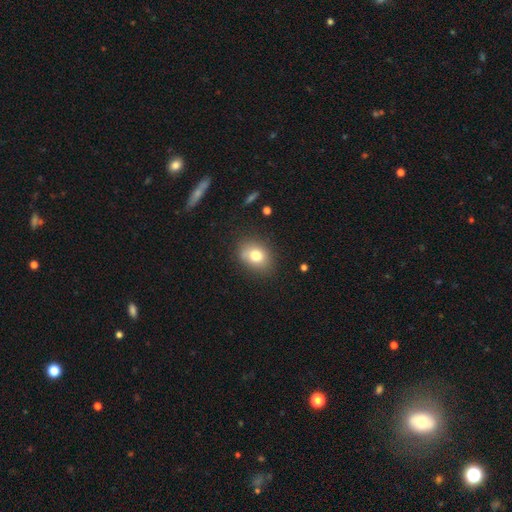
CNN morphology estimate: A smooth galaxy with no disk features (78%) that is in between round and cigar-shaped (61%). Merging: none (77%).